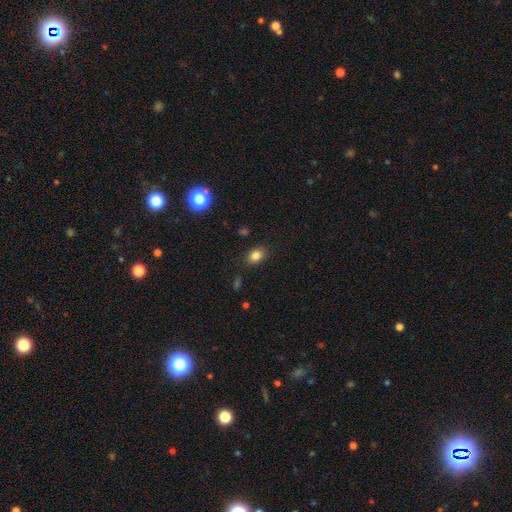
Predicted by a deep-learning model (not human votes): A smooth galaxy with no disk features (82%) that is in between round and cigar-shaped (72%).

Vote fractions:
- Smooth or featured? smooth: 82% / star or artifact: 11% / featured or disk: 7%
- How rounded? in between: 72% / round: 27% / cigar-shaped: 1%
- Merging? none: 85% / minor disturbance: 10% / major disturbance: 3% / merger: 2%